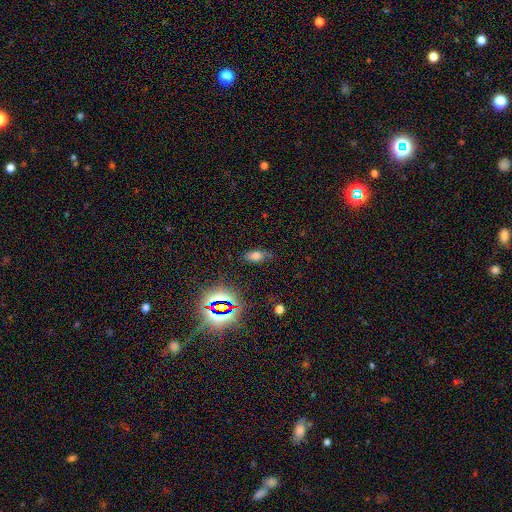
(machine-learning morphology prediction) smooth_or_featured: smooth (p=0.65) [alt: star or artifact p=0.24]
how_rounded: in between (p=0.85) [alt: cigar-shaped p=0.08]
merging: none (p=0.76) [alt: minor disturbance p=0.17]